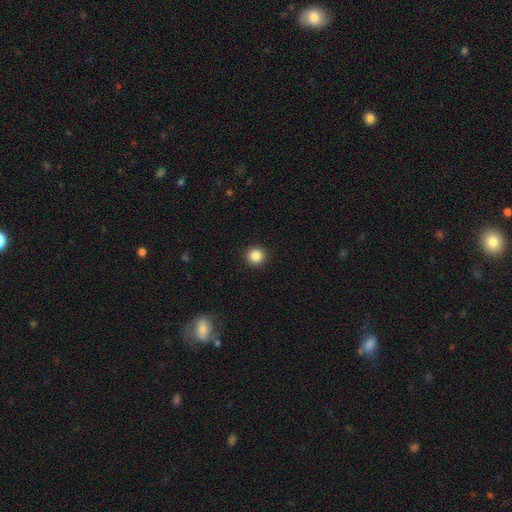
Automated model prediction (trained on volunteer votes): Smooth or featured? smooth (85%)
How rounded? round (95%)
Merging? none (93%)